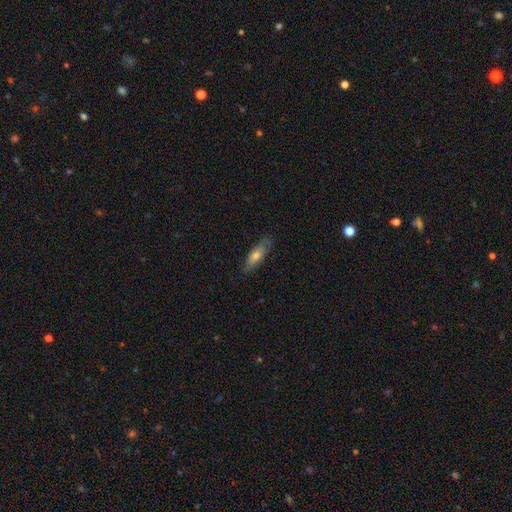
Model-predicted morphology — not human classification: Smooth or featured: smooth — 57% (featured or disk — 36%)
How rounded: in between — 51% (cigar-shaped — 46%)
Merging: none — 78% (minor disturbance — 17%)